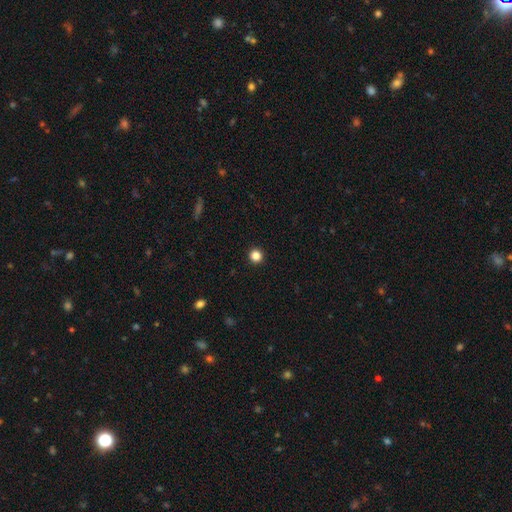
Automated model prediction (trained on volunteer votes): smooth_or_featured: smooth (p=0.84) [alt: star or artifact p=0.12]
how_rounded: round (p=0.95) [alt: in between p=0.04]
merging: none (p=0.94) [alt: minor disturbance p=0.04]